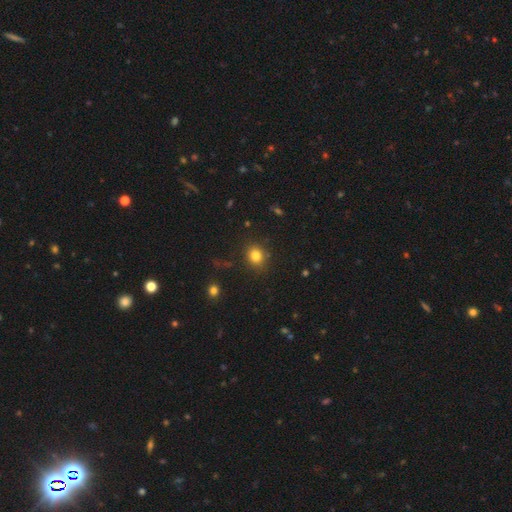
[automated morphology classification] The model was most divided on "how rounded": round: 72%, in between: 27%, cigar-shaped: 1%. More confident: merging — none (86%); smooth or featured — smooth (82%).